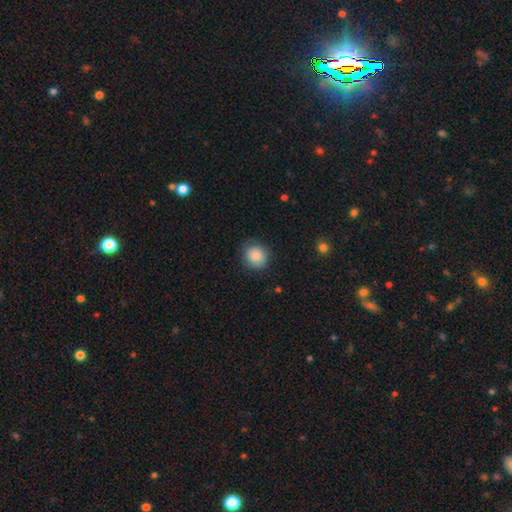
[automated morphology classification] smooth 87%, star or artifact 8%, featured or disk 5%. Down the decision tree: how rounded — round (85%); merging — none (84%).